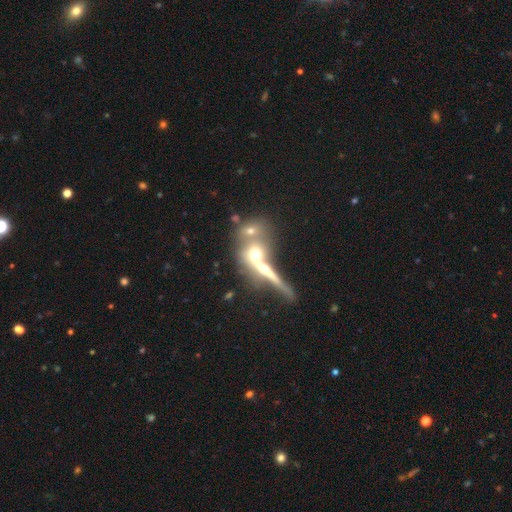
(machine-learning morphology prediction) Q: Smooth or featured?
A: featured or disk (55%); runner-up: smooth (31%)
Q: Edge-on disk?
A: yes (59%); runner-up: no (41%)
Q: Merging?
A: merger (57%); runner-up: none (25%)